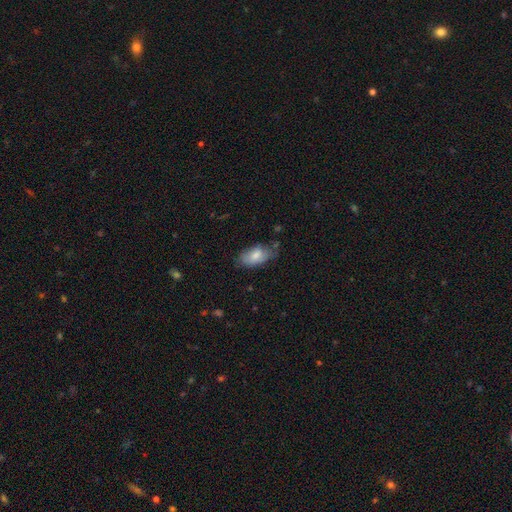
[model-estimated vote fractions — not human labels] smooth_or_featured: smooth (p=0.76) [alt: featured or disk p=0.17]
how_rounded: in between (p=0.92) [alt: cigar-shaped p=0.05]
merging: none (p=0.57) [alt: minor disturbance p=0.32]